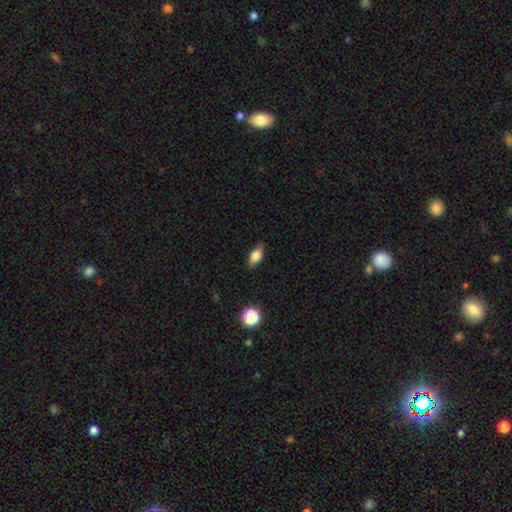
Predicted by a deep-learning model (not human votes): Smooth or featured: smooth — 74% (featured or disk — 18%)
How rounded: in between — 82% (cigar-shaped — 9%)
Merging: none — 83% (minor disturbance — 13%)